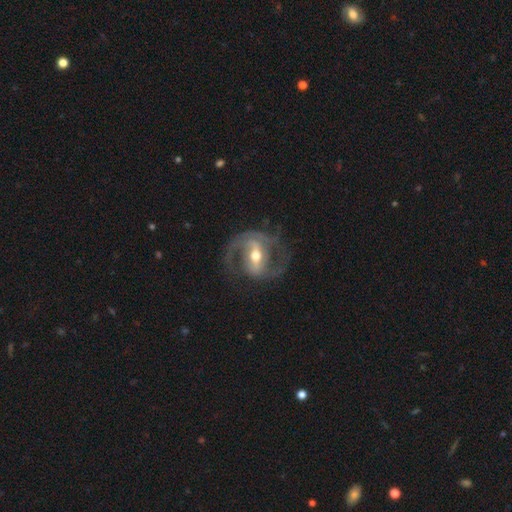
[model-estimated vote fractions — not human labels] smooth_or_featured: featured or disk (p=0.88) [alt: smooth p=0.07]
disk_edge_on: no (p=0.96) [alt: yes p=0.04]
bar: strong (p=0.55) [alt: weak p=0.34]
has_spiral_arms: yes (p=0.93) [alt: no p=0.07]
spiral_winding: medium (p=0.55) [alt: loose p=0.26]
spiral_arm_count: 2 (p=0.87) [alt: can't tell p=0.04]
bulge_size: moderate (p=0.70) [alt: small p=0.21]
merging: none (p=0.69) [alt: minor disturbance p=0.16]